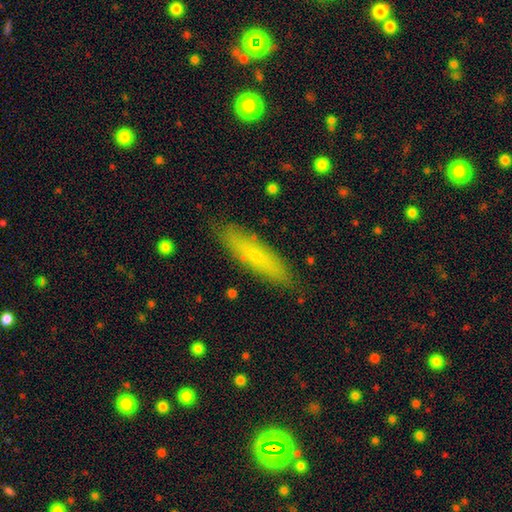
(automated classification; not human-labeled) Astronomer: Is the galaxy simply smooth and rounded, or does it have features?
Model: smooth — 67%.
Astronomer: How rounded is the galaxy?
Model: cigar-shaped — 80%.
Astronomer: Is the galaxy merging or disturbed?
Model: none — 86%.